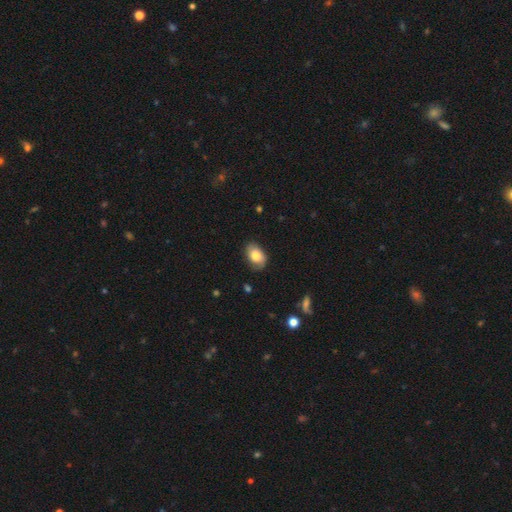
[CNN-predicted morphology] A smooth galaxy with no disk features (75%) that is in between round and cigar-shaped (86%). Merging: none (76%).